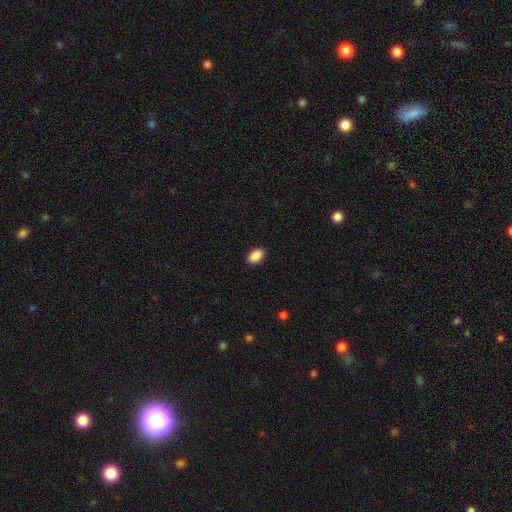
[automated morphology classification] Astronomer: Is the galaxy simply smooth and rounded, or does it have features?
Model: smooth — 90%.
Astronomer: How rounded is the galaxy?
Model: in between — 86%.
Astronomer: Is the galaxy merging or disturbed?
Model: none — 90%.